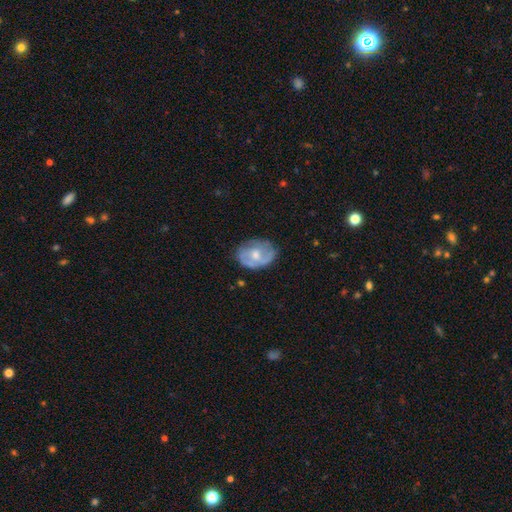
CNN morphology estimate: Smooth or featured?
  - featured or disk: 61% *
  - smooth: 33%
  - star or artifact: 6%
Edge-on disk?
  - no: 97% *
  - yes: 3%
Bar?
  - no: 63% *
  - weak: 32%
  - strong: 5%
Spiral arms?
  - yes: 72% *
  - no: 28%
Bulge size?
  - moderate: 60% *
  - small: 30%
  - large: 5%
  - none: 4%
  - dominant: 1%
Merging?
  - none: 63% *
  - minor disturbance: 25%
  - major disturbance: 10%
  - merger: 2%